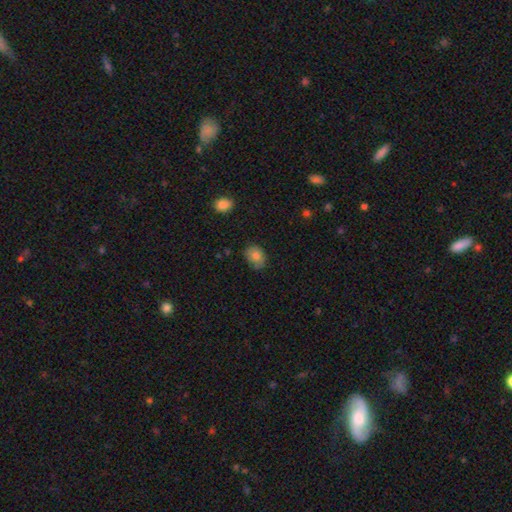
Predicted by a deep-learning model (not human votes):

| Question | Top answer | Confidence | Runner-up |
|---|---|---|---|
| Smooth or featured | smooth | 80% | featured or disk (11%) |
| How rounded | in between | 67% | round (32%) |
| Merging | none | 68% | minor disturbance (25%) |